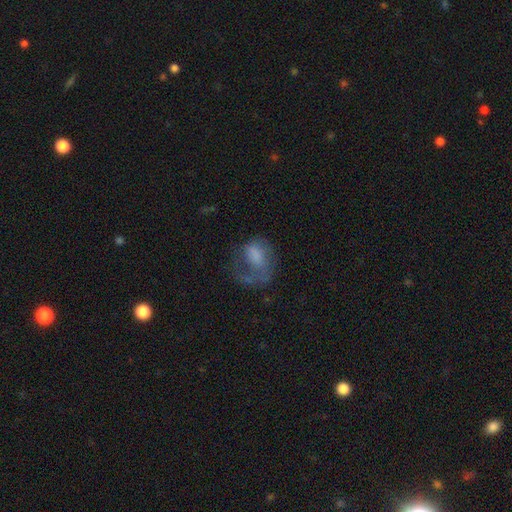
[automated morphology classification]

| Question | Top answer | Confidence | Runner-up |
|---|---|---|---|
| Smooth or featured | featured or disk | 44% | smooth (43%) |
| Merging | major disturbance | 45% | none (33%) |